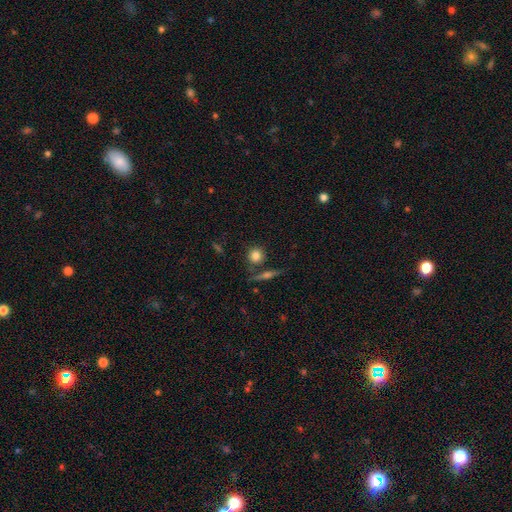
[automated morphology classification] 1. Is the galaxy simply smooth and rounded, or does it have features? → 79% smooth, 11% featured or disk, 9% star or artifact.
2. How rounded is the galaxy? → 87% round, 10% in between, 3% cigar-shaped.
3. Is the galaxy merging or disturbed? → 77% none, 10% merger, 10% minor disturbance, 3% major disturbance.